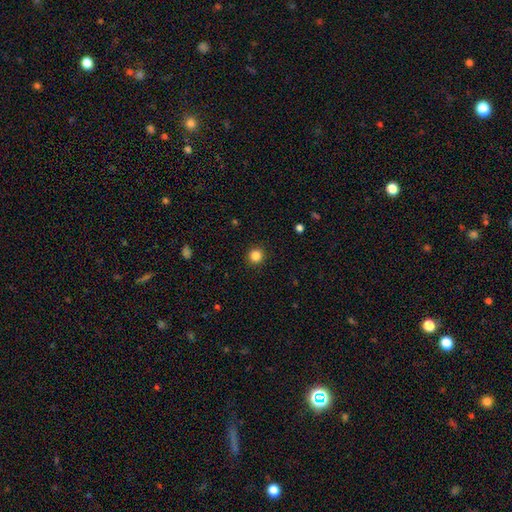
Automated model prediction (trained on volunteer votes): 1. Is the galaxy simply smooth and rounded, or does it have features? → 85% smooth, 12% star or artifact, 4% featured or disk.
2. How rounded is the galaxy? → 94% round, 5% in between, 1% cigar-shaped.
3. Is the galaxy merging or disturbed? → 93% none, 5% minor disturbance, 2% major disturbance, 1% merger.